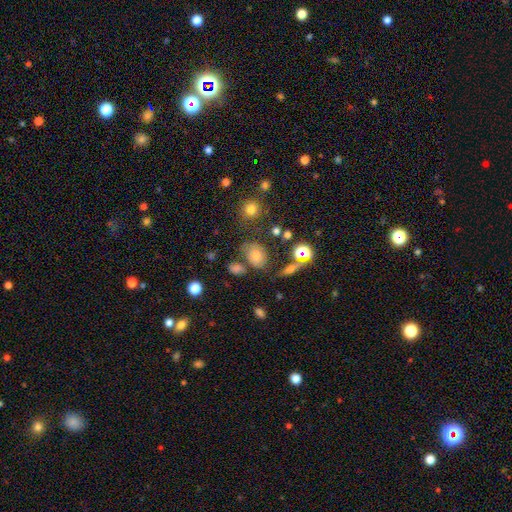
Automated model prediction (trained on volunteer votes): This is likely a smooth galaxy (65%). How rounded: likely in between (67%). Merging: likely none (61%).